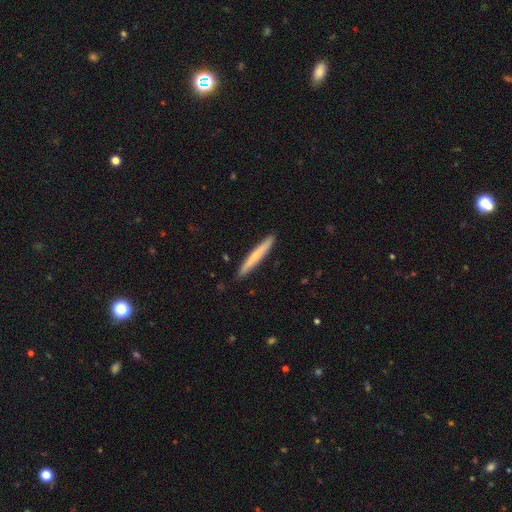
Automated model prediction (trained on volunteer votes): A smooth galaxy with no disk features (61%) that is cigar-shaped (96%).

Vote fractions:
- Smooth or featured? smooth: 61% / featured or disk: 34% / star or artifact: 5%
- How rounded? cigar-shaped: 96% / in between: 3% / round: 1%
- Merging? none: 91% / minor disturbance: 7% / major disturbance: 1% / merger: 1%